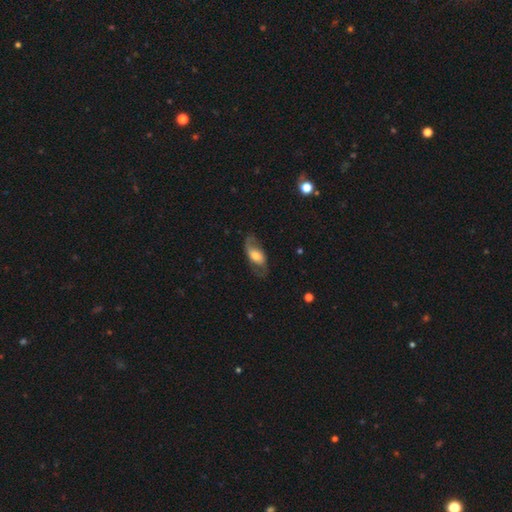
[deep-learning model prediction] This is possibly a featured or disk galaxy (59%). It is clearly not viewed edge-on (89%). Bar: possibly no (48%). Spiral arm pattern: clearly yes (84%). Central bulge: possibly moderate (50%). Merging: likely none (65%).